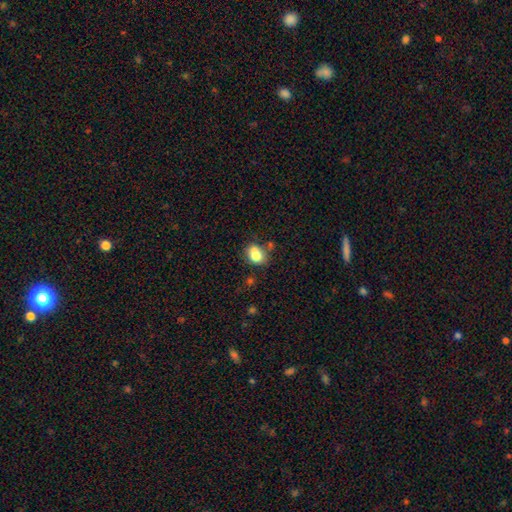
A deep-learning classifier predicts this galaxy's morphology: A smooth galaxy with no disk features (78%) that is in between round and cigar-shaped (57%).

Vote fractions:
- Smooth or featured? smooth: 78% / featured or disk: 12% / star or artifact: 10%
- How rounded? in between: 57% / round: 42% / cigar-shaped: 1%
- Merging? none: 51% / minor disturbance: 21% / merger: 21% / major disturbance: 7%